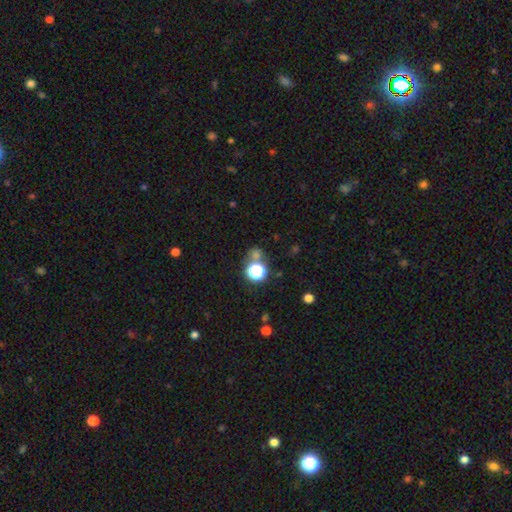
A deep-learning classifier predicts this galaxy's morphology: A star or artifact, not a galaxy (48%).